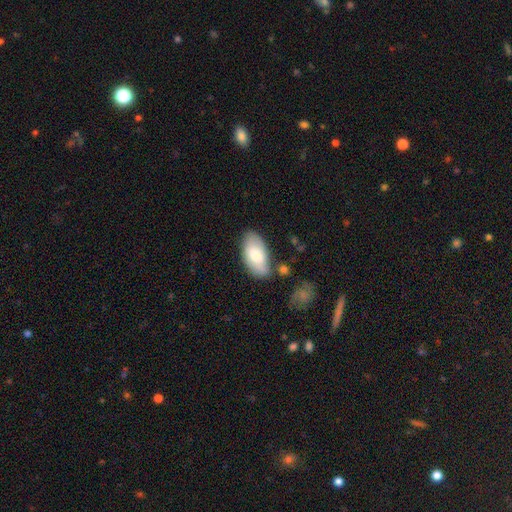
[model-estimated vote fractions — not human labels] smooth_or_featured: smooth (p=0.70) [alt: featured or disk p=0.24]
how_rounded: in between (p=0.94) [alt: cigar-shaped p=0.03]
merging: none (p=0.68) [alt: minor disturbance p=0.20]